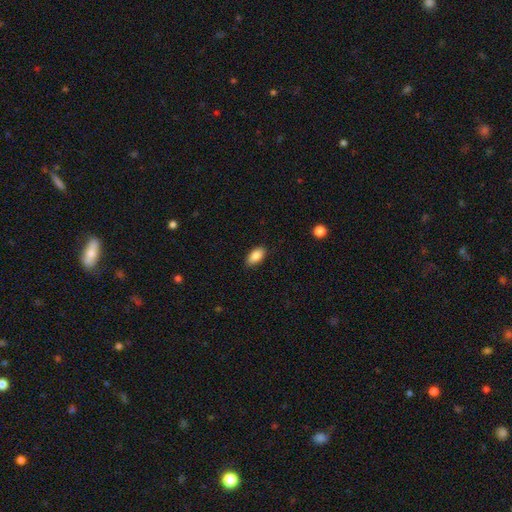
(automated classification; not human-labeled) A smooth galaxy with no disk features (88%) that is in between round and cigar-shaped (93%). Merging: none (85%).